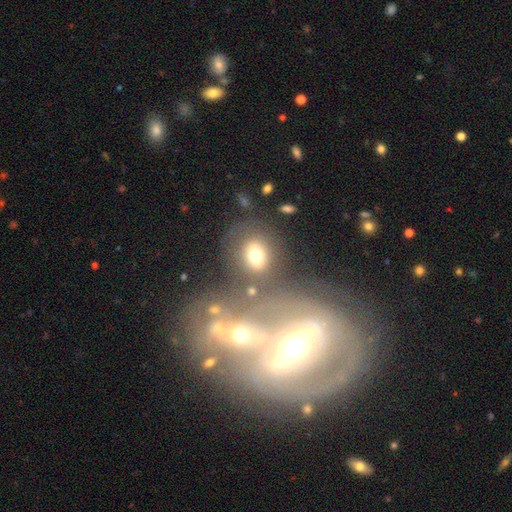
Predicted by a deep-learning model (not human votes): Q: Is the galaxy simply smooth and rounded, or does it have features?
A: smooth — 68%.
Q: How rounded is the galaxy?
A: round — 56%.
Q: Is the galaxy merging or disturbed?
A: none — 63%.